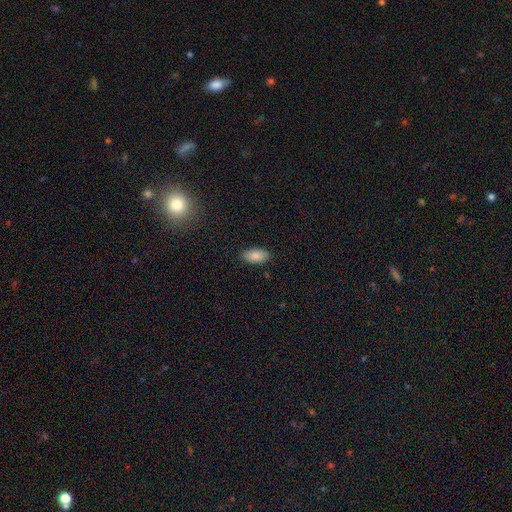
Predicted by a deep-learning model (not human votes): Smooth or featured?
  - smooth: 87% *
  - star or artifact: 7%
  - featured or disk: 6%
How rounded?
  - in between: 92% *
  - cigar-shaped: 6%
  - round: 2%
Merging?
  - none: 87% *
  - minor disturbance: 9%
  - major disturbance: 2%
  - merger: 1%